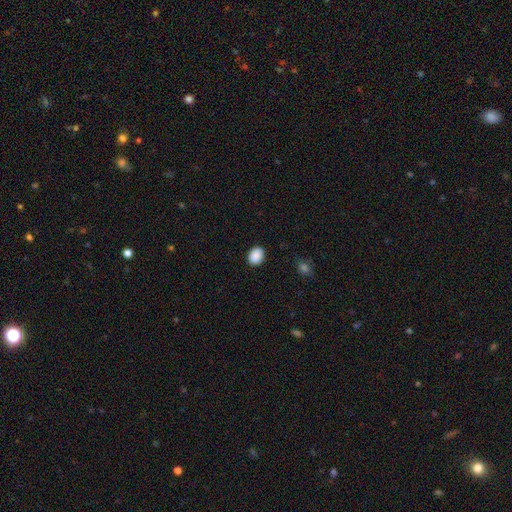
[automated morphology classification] This appears to be a smooth galaxy with no disk features (90%) that is in between round and cigar-shaped (57%). Merging: none (89%).